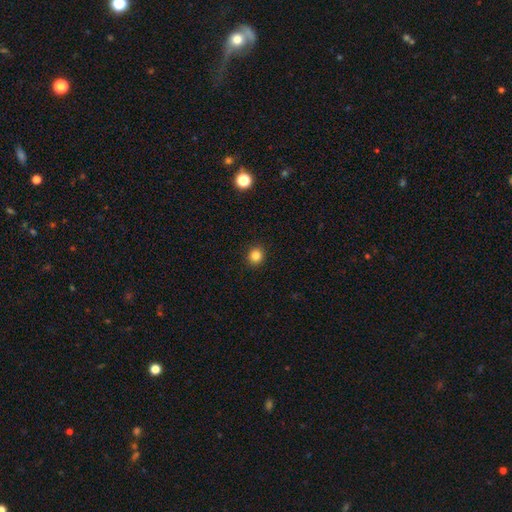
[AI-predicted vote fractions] Overall: smooth (83%). How rounded: round (88%). Merging: none (92%).